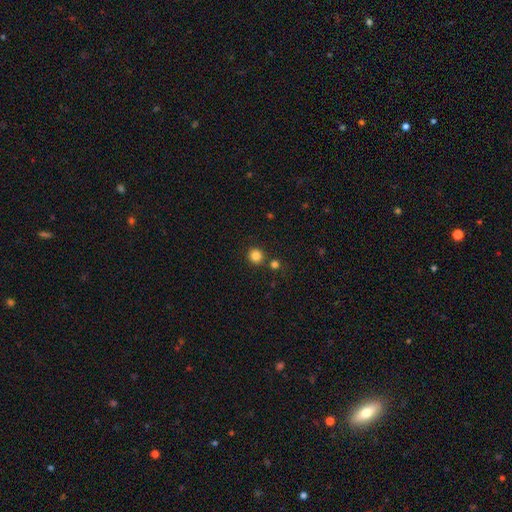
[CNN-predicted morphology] smooth 84%, star or artifact 12%, featured or disk 4%. Down the decision tree: how rounded — round (92%); merging — none (83%).